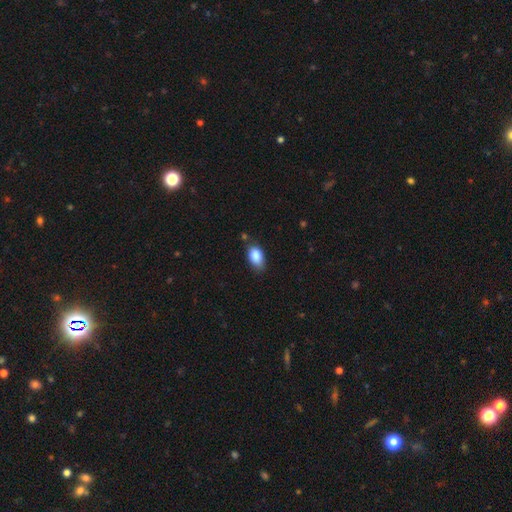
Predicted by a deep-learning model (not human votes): smooth-or-featured: smooth: 87% | star or artifact: 7% | featured or disk: 6%
  how-rounded: in between: 91% | round: 7% | cigar-shaped: 2%
  merging: none: 68% | minor disturbance: 25% | major disturbance: 4% | merger: 4%